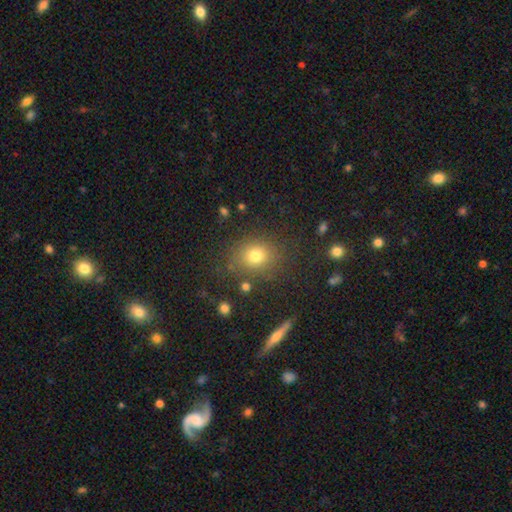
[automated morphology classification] Smooth or featured? Predicted: smooth (p=0.76). How rounded? Predicted: round (p=0.65). Merging? Predicted: none (p=0.81).